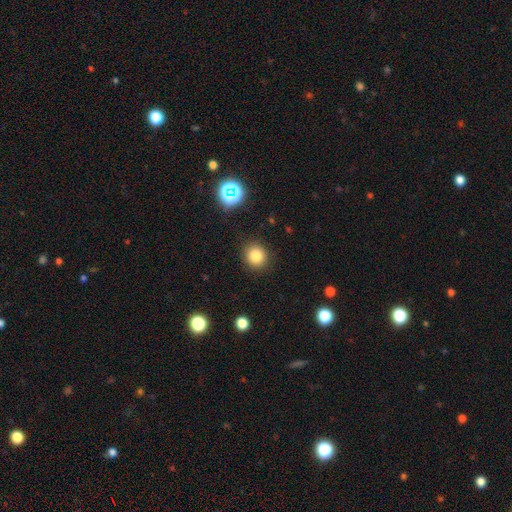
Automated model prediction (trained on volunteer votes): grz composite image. It shows a smooth galaxy with no disk features (82%) that is round (87%). Merging: none (89%).